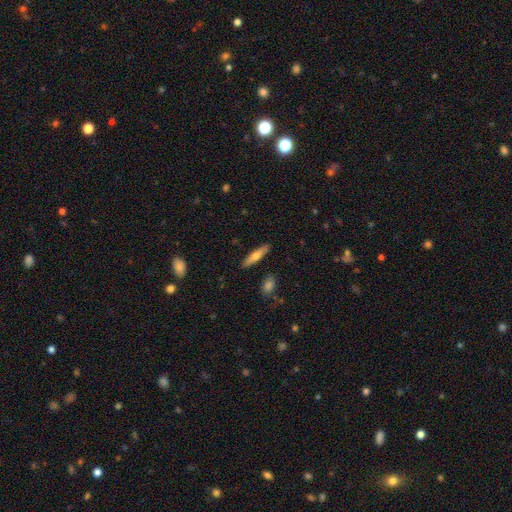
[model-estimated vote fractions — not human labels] Smooth or featured: smooth — 64% (featured or disk — 30%)
How rounded: cigar-shaped — 79% (in between — 19%)
Merging: none — 88% (minor disturbance — 9%)